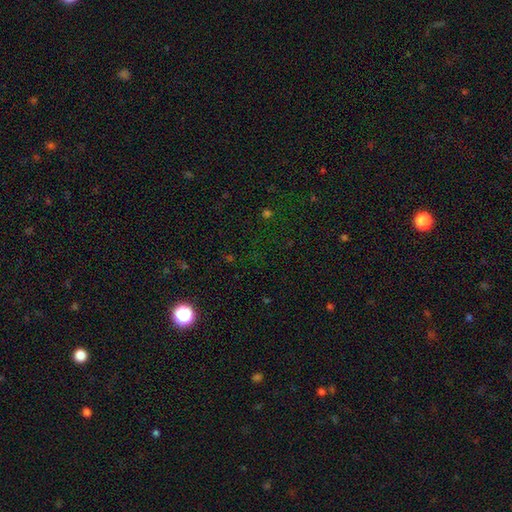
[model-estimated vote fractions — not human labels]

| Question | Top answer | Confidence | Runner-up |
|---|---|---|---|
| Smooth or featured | star or artifact | 69% | smooth (22%) |